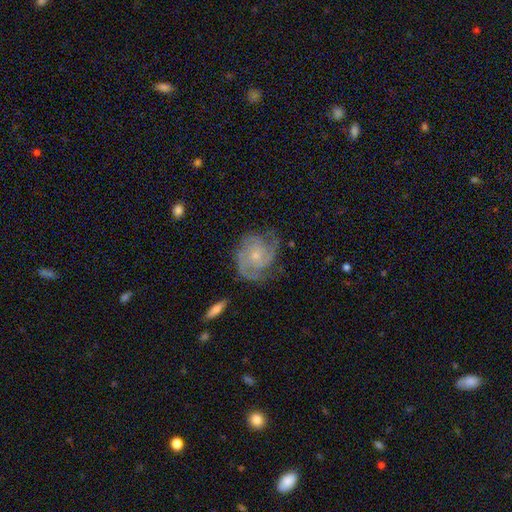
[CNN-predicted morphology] Smooth or featured?
  - featured or disk: 84% *
  - smooth: 10%
  - star or artifact: 6%
Edge-on disk?
  - no: 98% *
  - yes: 2%
Bar?
  - no: 76% *
  - weak: 21%
  - strong: 3%
Spiral arms?
  - yes: 96% *
  - no: 4%
Spiral winding?
  - tight: 51% *
  - medium: 39%
  - loose: 10%
Spiral arm count?
  - 2: 33% *
  - 3: 31%
  - can't tell: 18%
  - 4: 7%
  - 1: 6%
  - more than 4: 5%
Bulge size?
  - small: 74% *
  - moderate: 21%
  - none: 3%
  - large: 1%
  - dominant: 1%
Merging?
  - none: 68% *
  - minor disturbance: 20%
  - major disturbance: 10%
  - merger: 2%